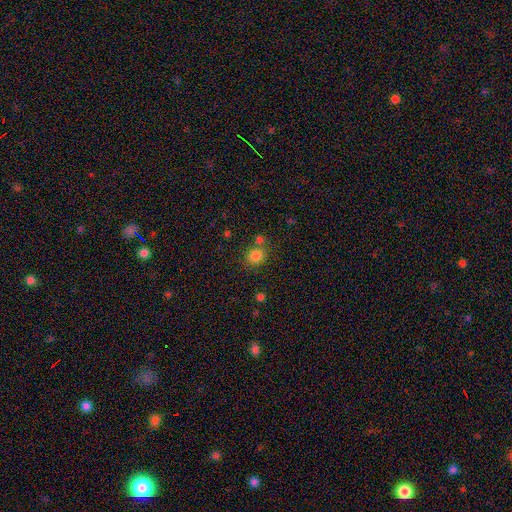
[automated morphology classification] smooth 82%, star or artifact 12%, featured or disk 5%. Down the decision tree: how rounded — round (75%); merging — none (70%).